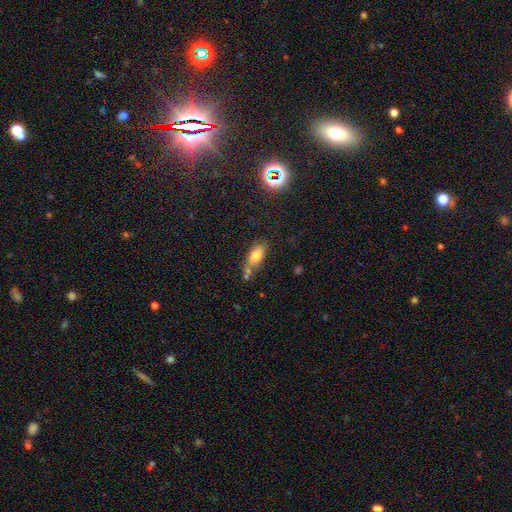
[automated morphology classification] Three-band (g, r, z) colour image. It shows a smooth galaxy with no disk features (72%) that is in between round and cigar-shaped (78%). Merging: none (53%).